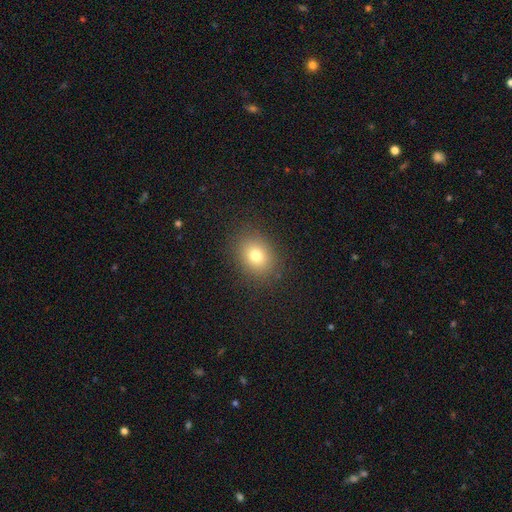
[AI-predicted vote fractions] This appears to be a smooth galaxy with no disk features (77%) that is round (51%). Merging: none (87%).